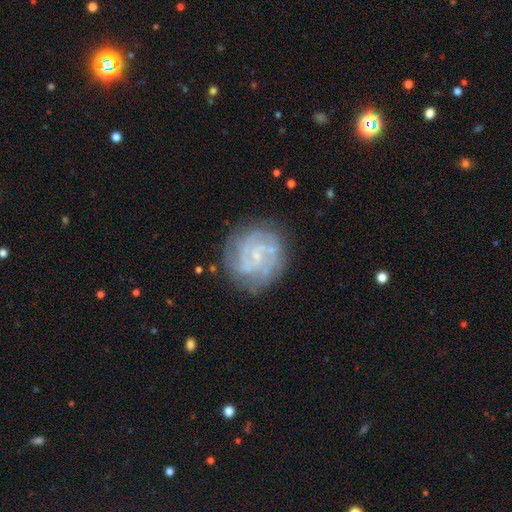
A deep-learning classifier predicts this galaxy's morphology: Smooth or featured? Predicted: featured or disk (p=0.76). Edge-on disk? Predicted: no (p=0.97). Bar? Predicted: no (p=0.46). Spiral arms? Predicted: yes (p=0.94). Spiral winding? Predicted: tight (p=0.65). Spiral arm count? Predicted: can't tell (p=0.29). Bulge size? Predicted: small (p=0.70). Merging? Predicted: none (p=0.81).